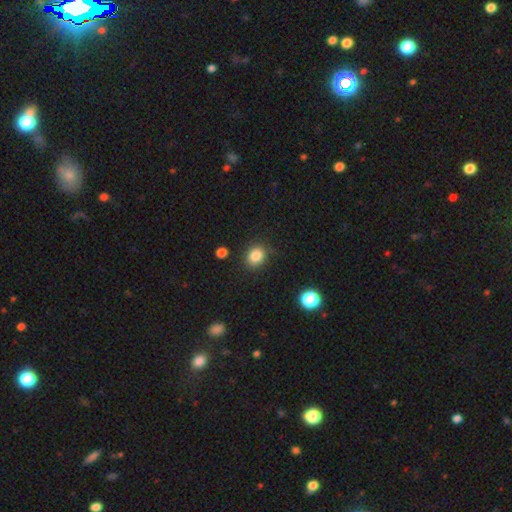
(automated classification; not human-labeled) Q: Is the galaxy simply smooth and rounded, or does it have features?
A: smooth — 84%.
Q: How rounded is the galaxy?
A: round — 65%.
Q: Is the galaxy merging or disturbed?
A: none — 82%.